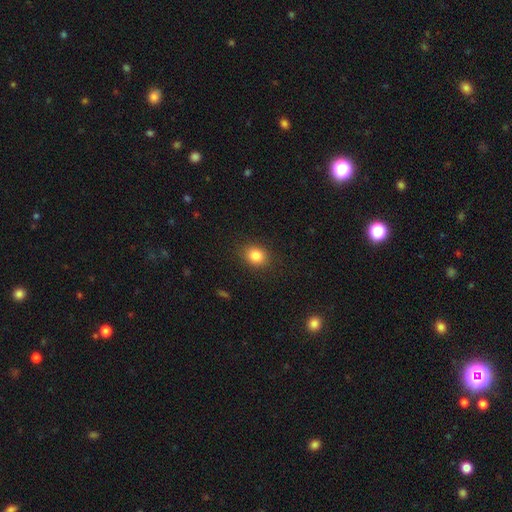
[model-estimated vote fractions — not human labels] This appears to be a smooth galaxy with no disk features (84%) that is round (57%). Merging: none (87%).